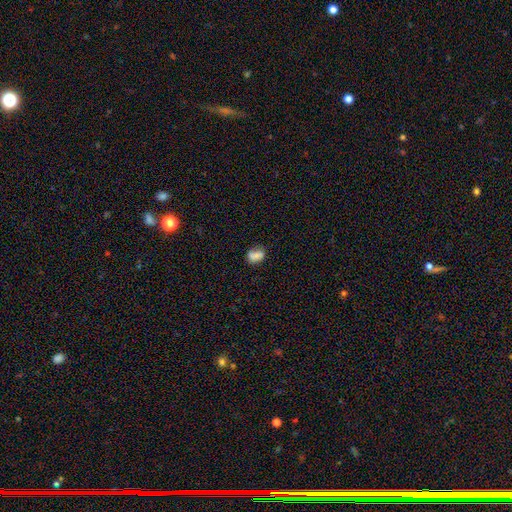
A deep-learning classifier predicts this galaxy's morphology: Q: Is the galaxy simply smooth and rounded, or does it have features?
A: smooth — 77%.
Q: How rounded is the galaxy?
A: in between — 68%.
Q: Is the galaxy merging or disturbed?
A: none — 58%.